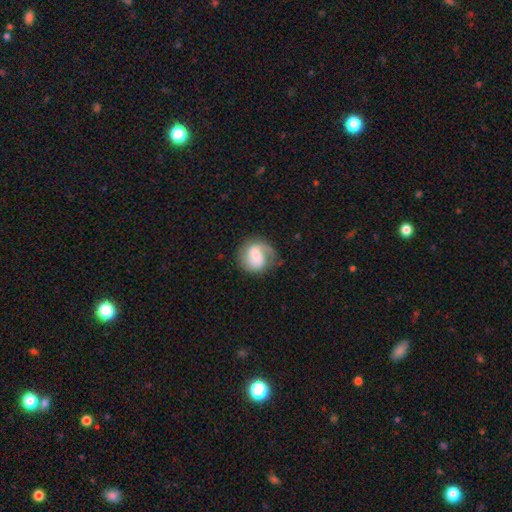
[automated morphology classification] Smooth or featured?
  - featured or disk: 72% *
  - smooth: 22%
  - star or artifact: 6%
Edge-on disk?
  - no: 98% *
  - yes: 2%
Bar?
  - weak: 46% *
  - no: 39%
  - strong: 15%
Spiral arms?
  - yes: 94% *
  - no: 6%
Spiral winding?
  - medium: 46% *
  - tight: 27%
  - loose: 27%
Spiral arm count?
  - 2: 66% *
  - 1: 23%
  - can't tell: 7%
  - 3: 2%
  - 4: 1%
  - more than 4: 1%
Bulge size?
  - small: 42% * (tied)
  - moderate: 42% * (tied)
  - large: 8%
  - none: 6%
  - dominant: 2%
Merging?
  - none: 67% *
  - minor disturbance: 20%
  - major disturbance: 12%
  - merger: 1%